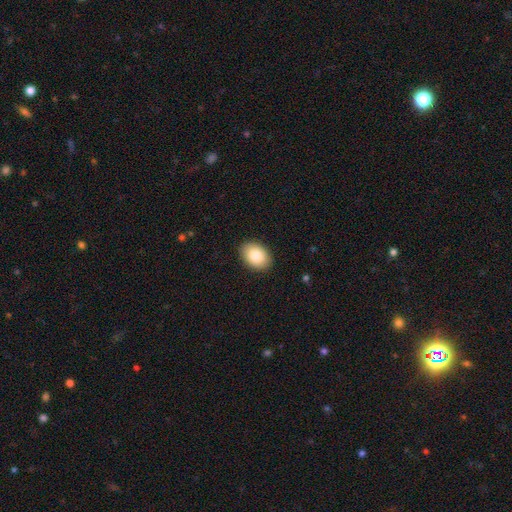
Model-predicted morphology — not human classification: Smooth or featured? smooth (86%)
How rounded? in between (82%)
Merging? none (89%)